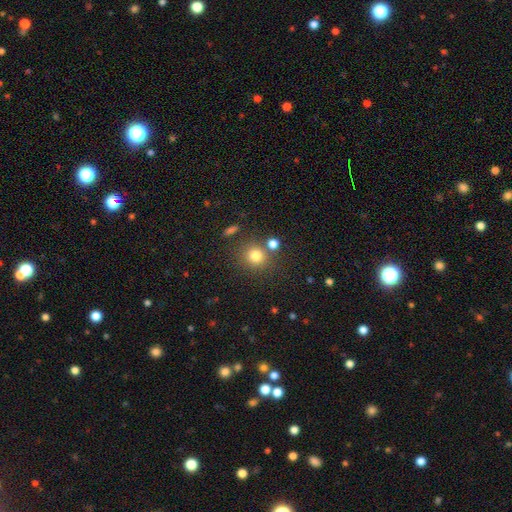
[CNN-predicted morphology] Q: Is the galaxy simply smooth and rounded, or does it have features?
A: smooth — 79%.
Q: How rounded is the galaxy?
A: round — 88%.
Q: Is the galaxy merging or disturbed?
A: none — 74%.